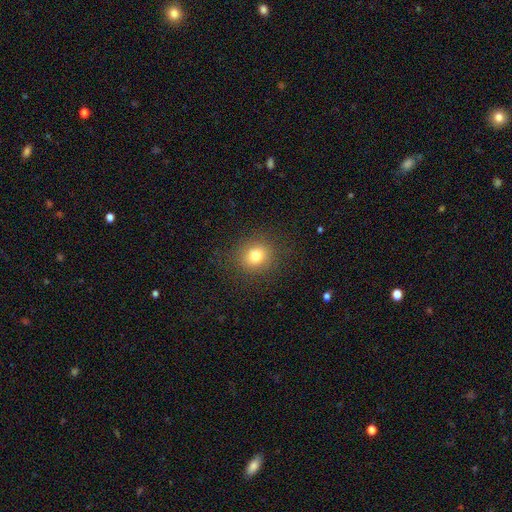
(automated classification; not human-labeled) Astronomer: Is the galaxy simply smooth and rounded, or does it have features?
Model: smooth — 78%.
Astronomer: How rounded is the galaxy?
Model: round — 78%.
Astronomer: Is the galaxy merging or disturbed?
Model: none — 87%.